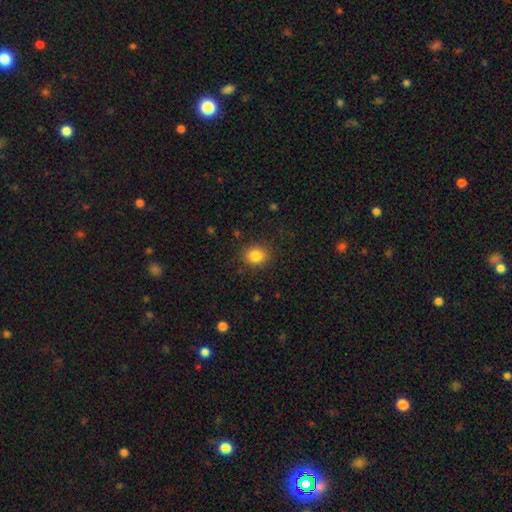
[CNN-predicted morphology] A smooth galaxy with no disk features (84%) that is round (68%).

Vote fractions:
- Smooth or featured? smooth: 84% / star or artifact: 10% / featured or disk: 5%
- How rounded? round: 68% / in between: 31% / cigar-shaped: 1%
- Merging? none: 88% / minor disturbance: 8% / major disturbance: 3% / merger: 1%